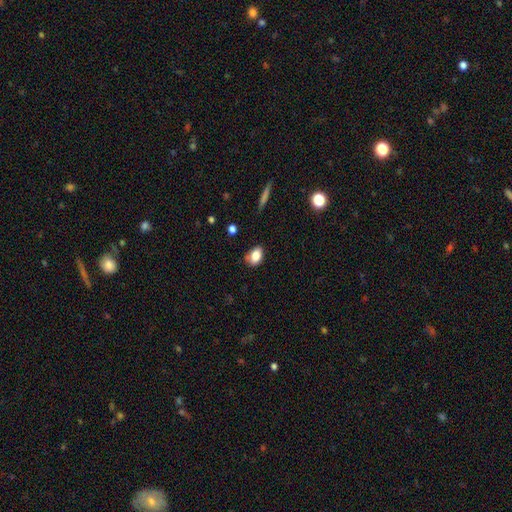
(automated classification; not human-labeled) Smooth or featured? smooth (82%)
How rounded? in between (80%)
Merging? none (70%)